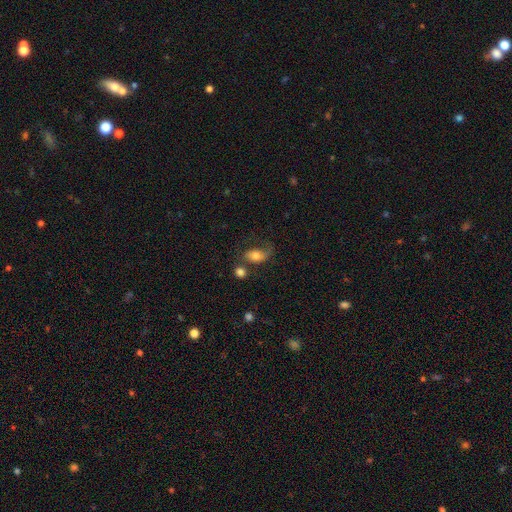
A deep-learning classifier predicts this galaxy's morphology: type=smooth (59%); roundness=in between (83%); merging=none (39%).